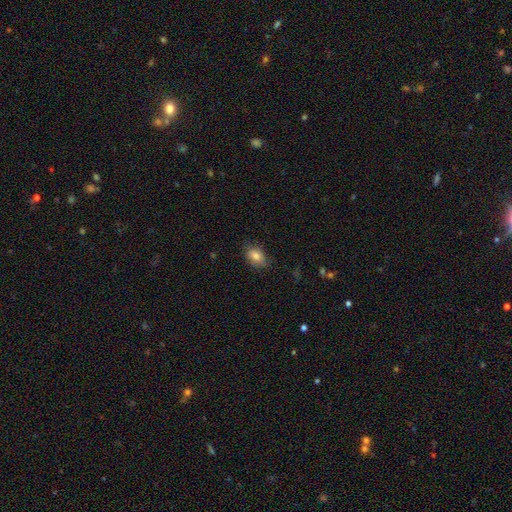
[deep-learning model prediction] A smooth galaxy with no disk features (82%) that is in between round and cigar-shaped (84%).

Vote fractions:
- Smooth or featured? smooth: 82% / featured or disk: 10% / star or artifact: 8%
- How rounded? in between: 84% / round: 13% / cigar-shaped: 2%
- Merging? none: 74% / minor disturbance: 20% / major disturbance: 4% / merger: 1%